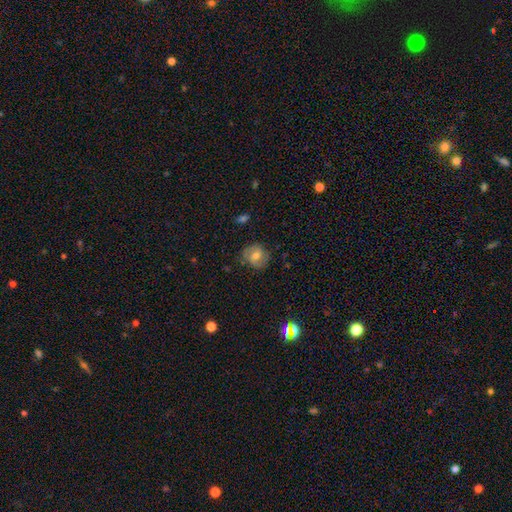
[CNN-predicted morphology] Q: Smooth or featured?
A: smooth (54%); runner-up: featured or disk (35%)
Q: How rounded?
A: round (78%); runner-up: in between (21%)
Q: Merging?
A: none (78%); runner-up: minor disturbance (16%)